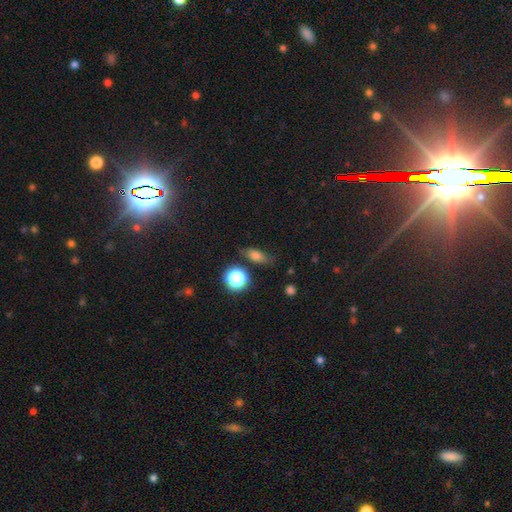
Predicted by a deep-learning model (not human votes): The model was most divided on "how rounded": in between: 63%, cigar-shaped: 20%, round: 17%. More confident: merging — none (75%); smooth or featured — smooth (70%).